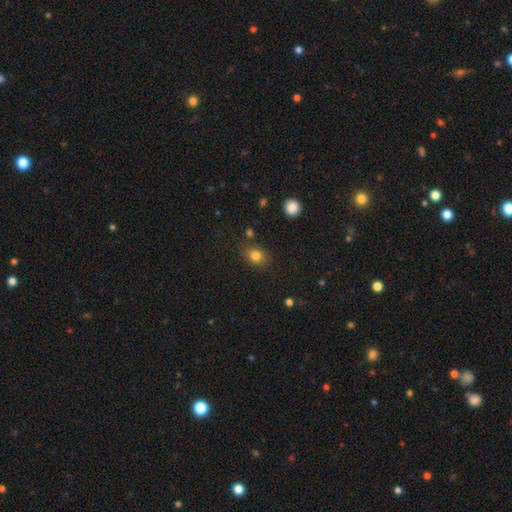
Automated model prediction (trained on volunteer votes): smooth-or-featured: smooth: 82% | star or artifact: 12% | featured or disk: 6%
  how-rounded: round: 52% | in between: 47% | cigar-shaped: 1%
  merging: none: 80% | minor disturbance: 13% | major disturbance: 4% | merger: 3%